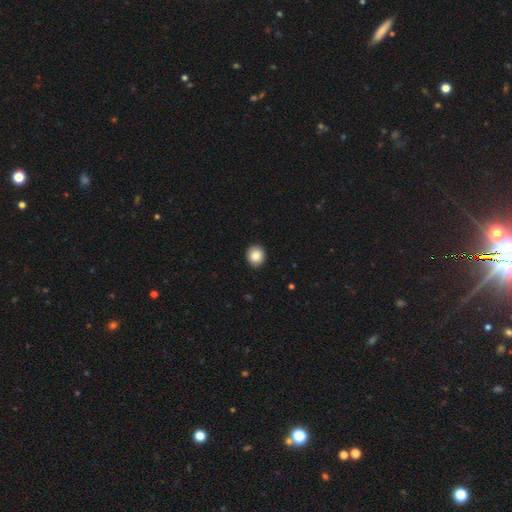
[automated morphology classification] Q: Smooth or featured?
A: smooth (87%); runner-up: star or artifact (8%)
Q: How rounded?
A: round (82%); runner-up: in between (17%)
Q: Merging?
A: none (92%); runner-up: minor disturbance (6%)